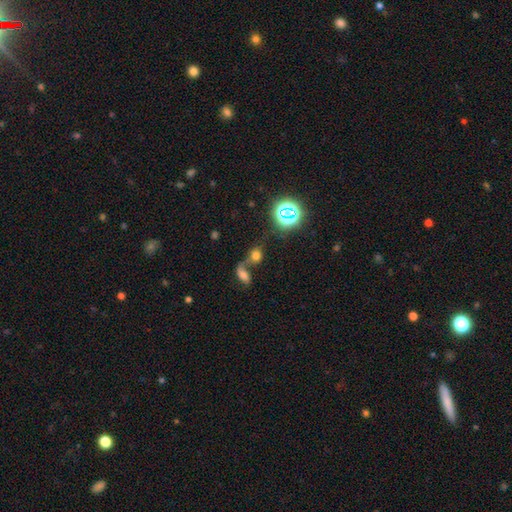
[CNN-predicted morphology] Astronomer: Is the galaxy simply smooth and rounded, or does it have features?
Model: smooth — 58%.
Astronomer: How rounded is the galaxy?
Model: round — 49% (runner-up: in between, 47%).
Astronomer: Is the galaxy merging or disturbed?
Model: merger — 60%.